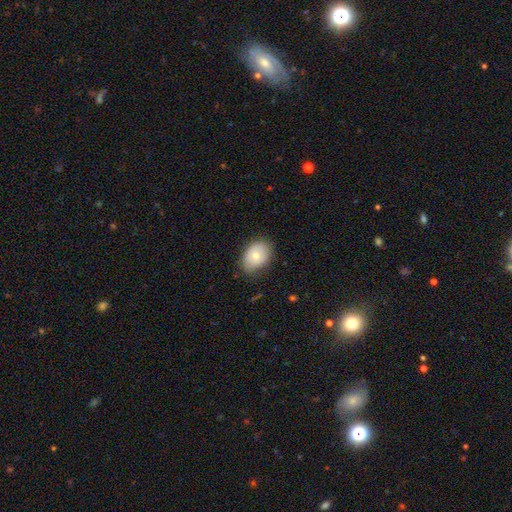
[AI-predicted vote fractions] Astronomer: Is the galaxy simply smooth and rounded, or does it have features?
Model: smooth — 69%.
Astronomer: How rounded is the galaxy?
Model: in between — 73%.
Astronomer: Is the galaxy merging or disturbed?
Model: none — 76%.